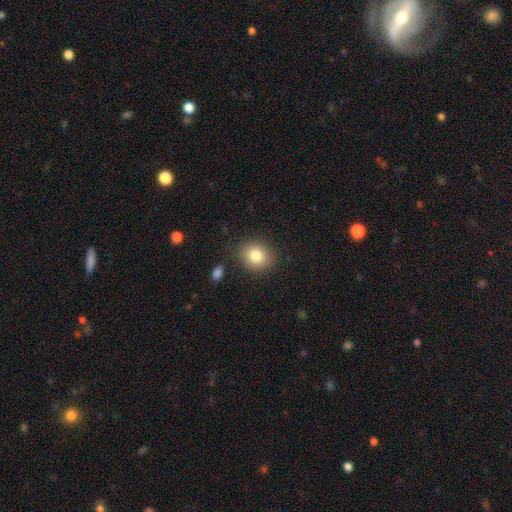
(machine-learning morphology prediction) Overall: smooth (81%). How rounded: round (67%; in between 32%). Merging: none (85%).